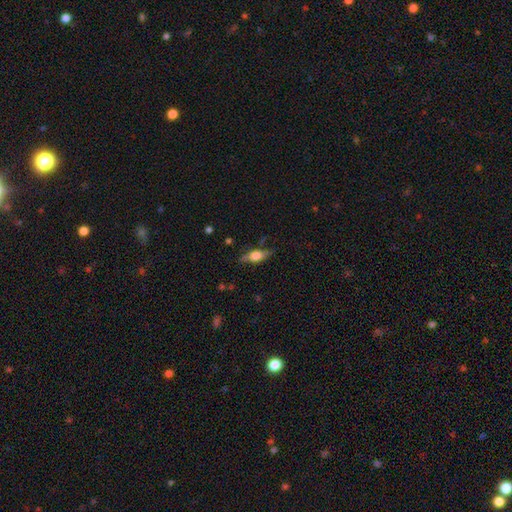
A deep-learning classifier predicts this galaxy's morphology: Smooth or featured?
  - featured or disk: 47% *
  - smooth: 46%
  - star or artifact: 8%
Merging?
  - none: 77% *
  - minor disturbance: 17%
  - major disturbance: 4%
  - merger: 2%